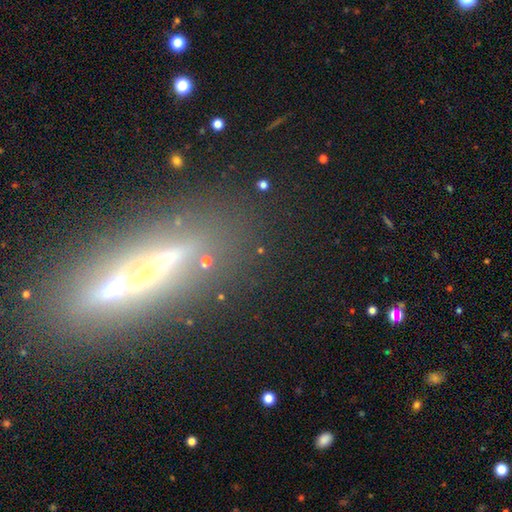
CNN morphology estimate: This is likely a featured or disk galaxy (60%). It is clearly viewed edge-on (84%). Edge-on bulge: likely none (60%). Merging: likely none (78%).